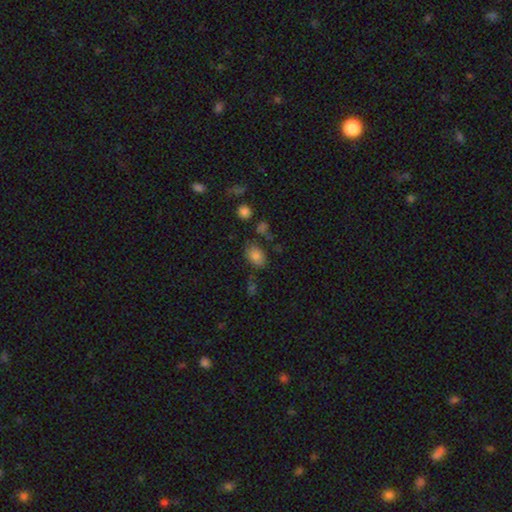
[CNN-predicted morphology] Smooth or featured?
  - smooth: 80% *
  - star or artifact: 12%
  - featured or disk: 8%
How rounded?
  - in between: 79% *
  - round: 20%
  - cigar-shaped: 1%
Merging?
  - none: 65% *
  - minor disturbance: 21%
  - major disturbance: 7%
  - merger: 7%